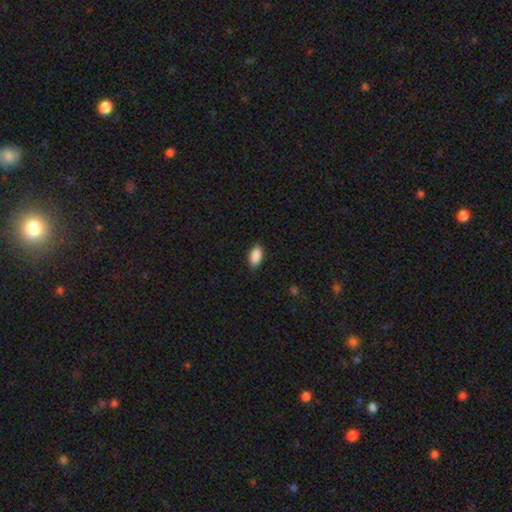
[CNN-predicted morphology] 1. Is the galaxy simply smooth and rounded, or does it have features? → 90% smooth, 7% star or artifact, 4% featured or disk.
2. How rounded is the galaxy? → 92% in between, 5% cigar-shaped, 3% round.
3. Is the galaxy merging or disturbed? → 87% none, 10% minor disturbance, 2% major disturbance, 1% merger.